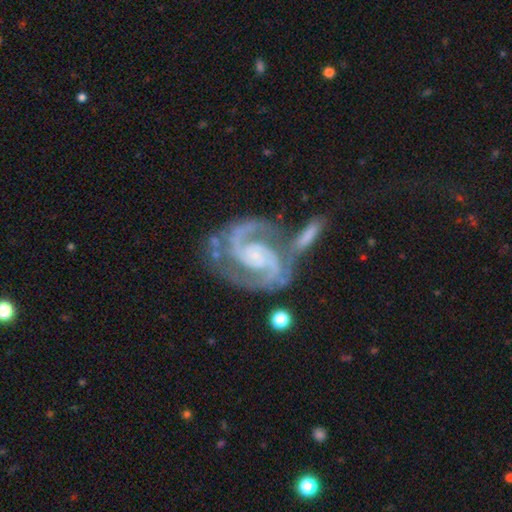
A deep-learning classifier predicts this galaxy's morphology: Q: Smooth or featured?
A: featured or disk (93%); runner-up: star or artifact (4%)
Q: Edge-on disk?
A: no (98%); runner-up: yes (2%)
Q: Bar?
A: no (53%); runner-up: weak (33%)
Q: Spiral arms?
A: yes (99%); runner-up: no (1%)
Q: Spiral winding?
A: medium (52%); runner-up: tight (41%)
Q: Spiral arm count?
A: 2 (91%); runner-up: 3 (3%)
Q: Bulge size?
A: small (69%); runner-up: none (15%)
Q: Merging?
A: none (52%); runner-up: merger (22%)